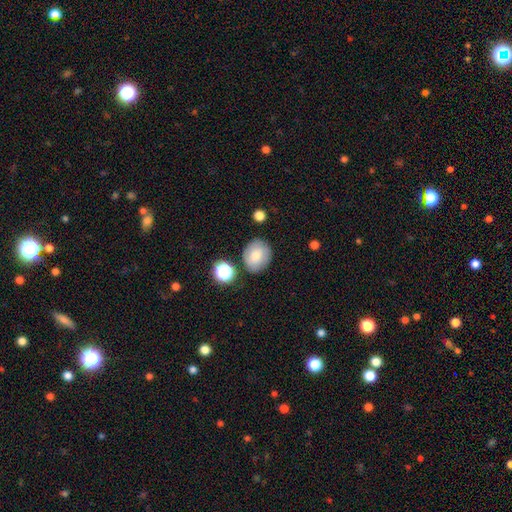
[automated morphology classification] This appears to be a smooth galaxy with no disk features (75%) that is round (66%). Merging: none (75%).